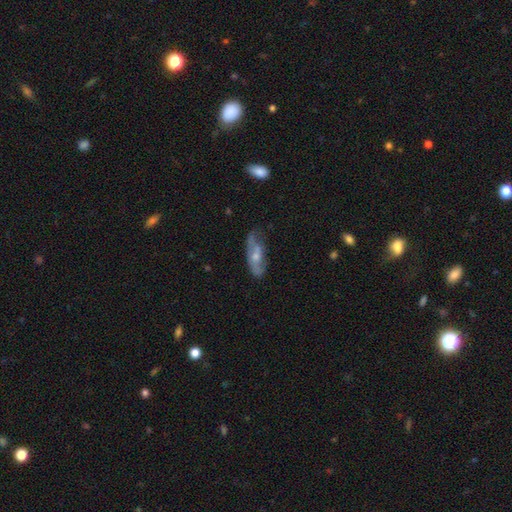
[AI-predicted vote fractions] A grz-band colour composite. It shows a featured or disk galaxy (54%). Merging: none (48%).